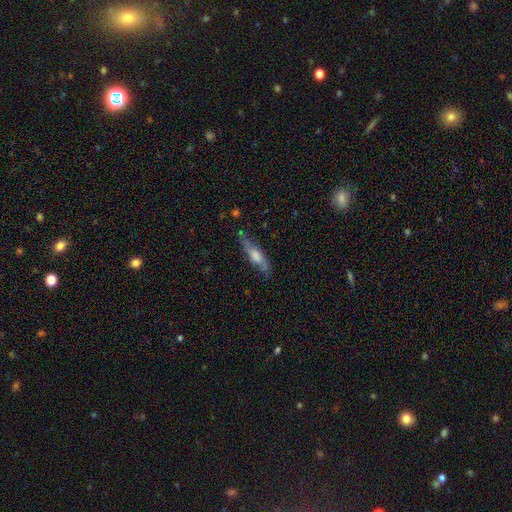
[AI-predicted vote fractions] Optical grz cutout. It shows a smooth galaxy with no disk features (51%) that is cigar-shaped (67%). Merging: none (71%).